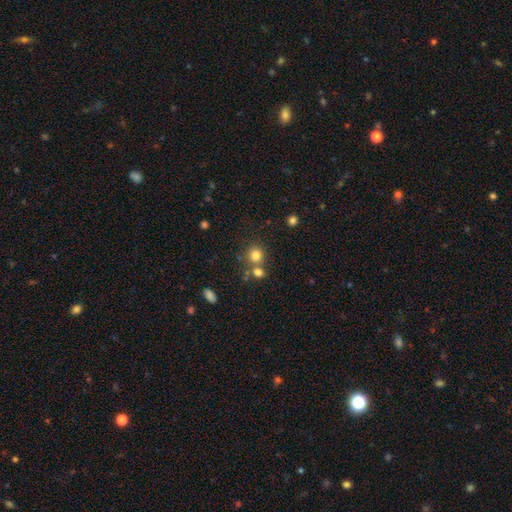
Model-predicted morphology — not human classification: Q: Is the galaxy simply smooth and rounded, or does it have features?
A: smooth — 79%.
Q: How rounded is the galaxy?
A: round — 88%.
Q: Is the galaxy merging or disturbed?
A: none — 63%.